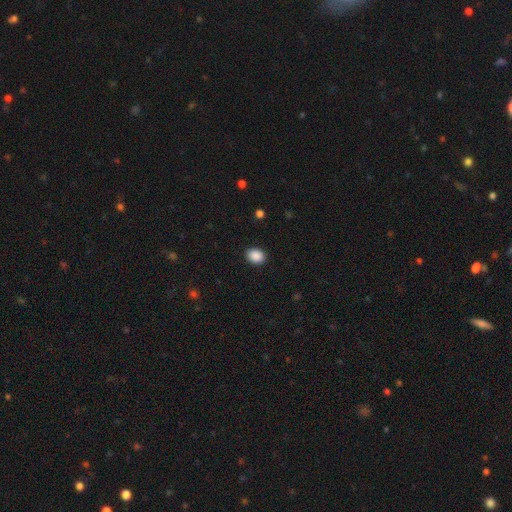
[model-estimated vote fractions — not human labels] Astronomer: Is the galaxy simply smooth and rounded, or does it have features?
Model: smooth — 89%.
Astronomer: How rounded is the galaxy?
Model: in between — 53% (runner-up: round, 46%).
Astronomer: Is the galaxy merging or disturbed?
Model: none — 90%.